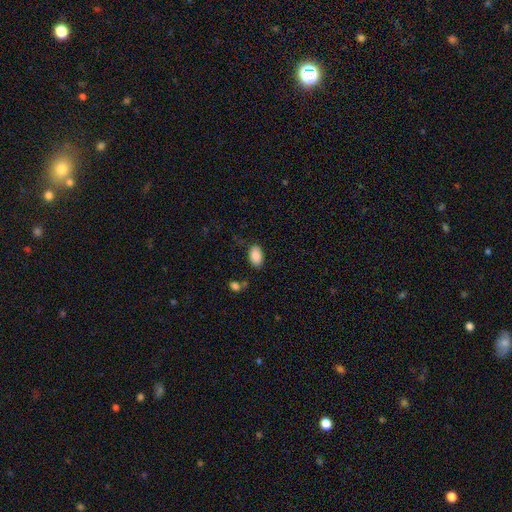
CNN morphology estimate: Smooth or featured? smooth (87%)
How rounded? in between (92%)
Merging? none (81%)